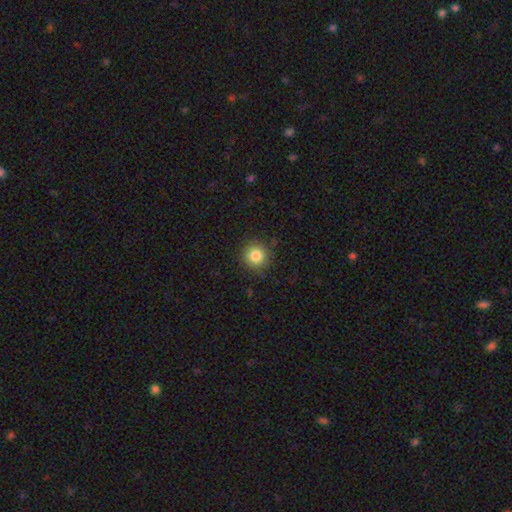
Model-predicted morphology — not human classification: Smooth or featured? smooth (84%)
How rounded? round (94%)
Merging? none (88%)